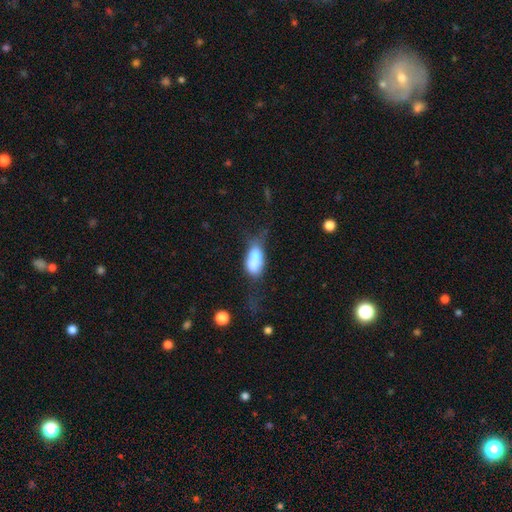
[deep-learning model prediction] smooth-or-featured: smooth: 64% | featured or disk: 27% | star or artifact: 9%
  how-rounded: in between: 78% | round: 14% | cigar-shaped: 7%
  merging: merger: 50% | none: 19% | major disturbance: 16% | minor disturbance: 15%